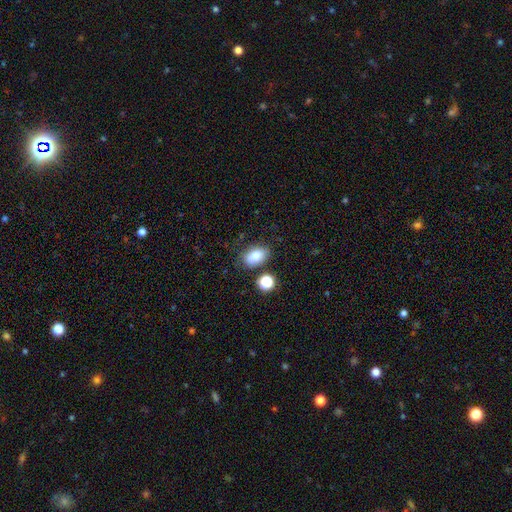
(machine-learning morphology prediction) The model was most divided on "merging": none: 74%, minor disturbance: 14%, merger: 8%, major disturbance: 4%. More confident: how rounded — in between (87%); smooth or featured — smooth (81%).